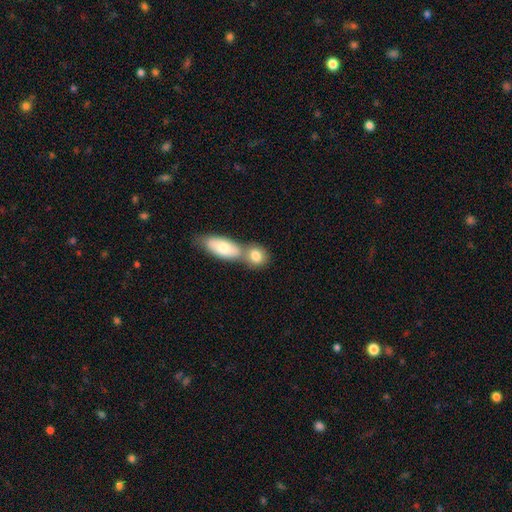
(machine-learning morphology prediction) smooth-or-featured: smooth: 81% | featured or disk: 13% | star or artifact: 7%
  how-rounded: in between: 53% | round: 43% | cigar-shaped: 5%
  merging: merger: 54% | none: 35% | minor disturbance: 8% | major disturbance: 3%